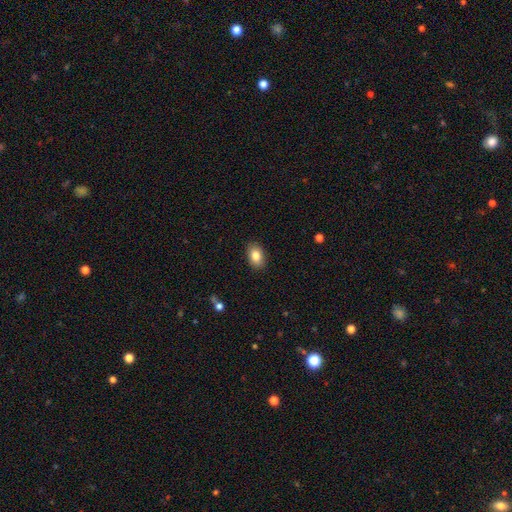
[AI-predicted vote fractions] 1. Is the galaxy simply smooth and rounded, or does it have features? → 84% smooth, 8% featured or disk, 8% star or artifact.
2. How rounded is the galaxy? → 85% in between, 14% round, 1% cigar-shaped.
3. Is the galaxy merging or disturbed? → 89% none, 8% minor disturbance, 2% major disturbance, 1% merger.